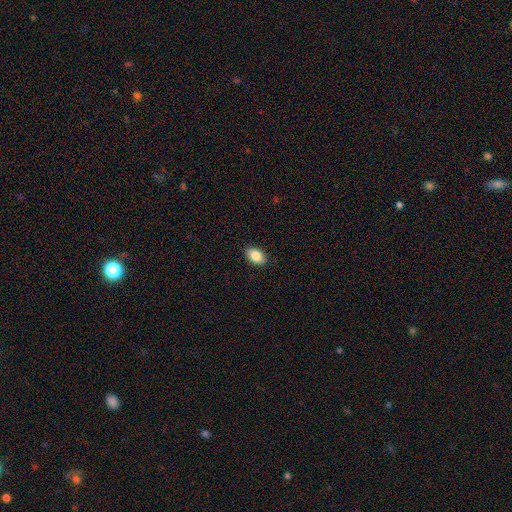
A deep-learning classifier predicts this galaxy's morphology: Smooth or featured? smooth (86%)
How rounded? in between (91%)
Merging? none (89%)